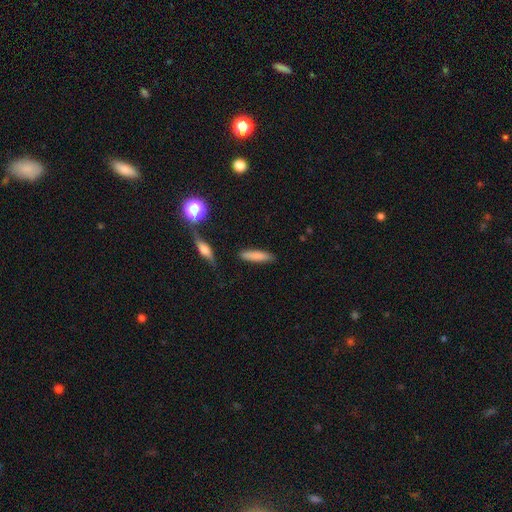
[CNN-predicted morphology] Smooth or featured: smooth — 81% (featured or disk — 12%)
How rounded: cigar-shaped — 76% (in between — 22%)
Merging: none — 84% (minor disturbance — 11%)